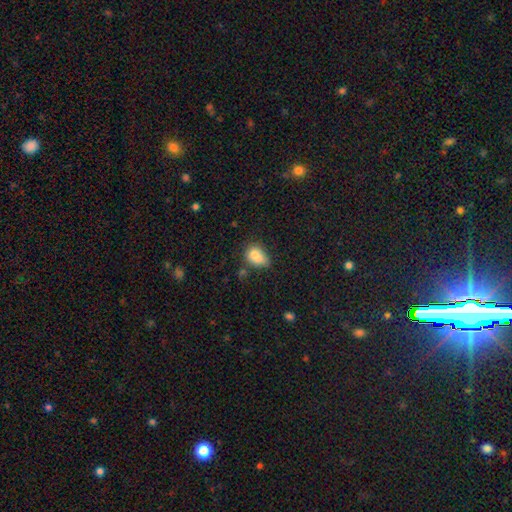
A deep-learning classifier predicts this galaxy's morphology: smooth 78%, featured or disk 12%, star or artifact 10%. Down the decision tree: how rounded — in between (66%); merging — none (35%).